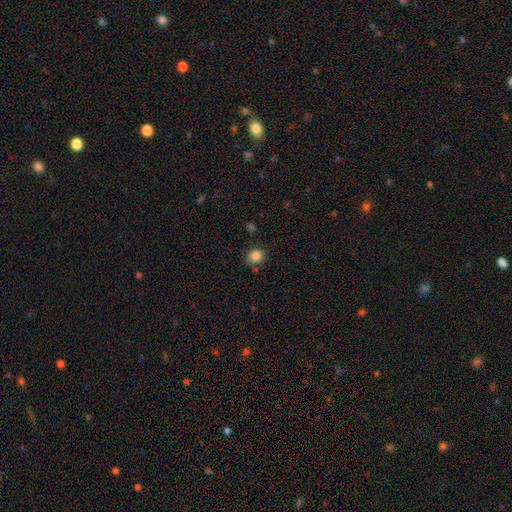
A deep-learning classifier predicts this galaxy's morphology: Smooth or featured? Predicted: smooth (p=0.85). How rounded? Predicted: round (p=0.83). Merging? Predicted: none (p=0.79).